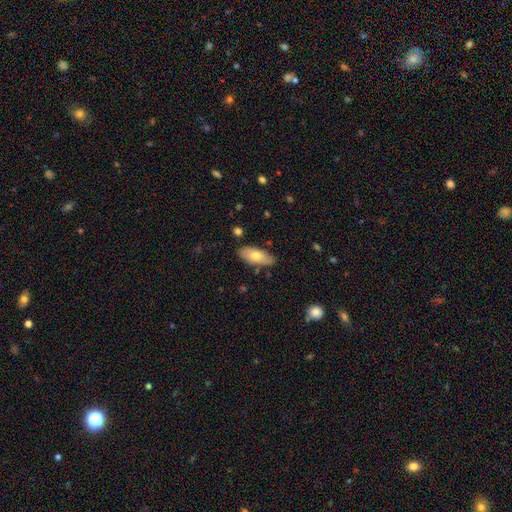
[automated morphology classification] The model was most divided on "smooth or featured": smooth: 68%, featured or disk: 26%, star or artifact: 6%. More confident: how rounded — in between (86%); merging — none (82%).